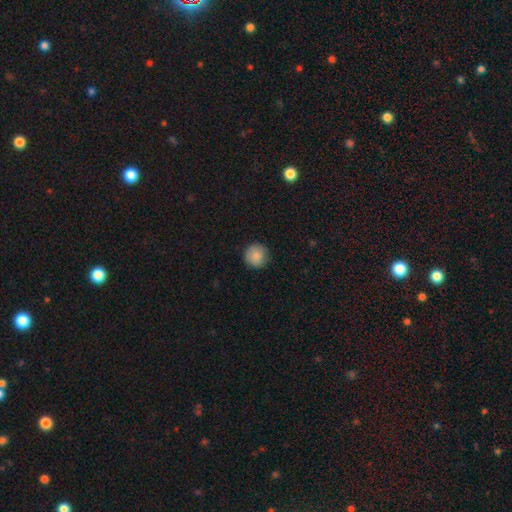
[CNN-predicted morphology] smooth-or-featured: smooth: 86% | star or artifact: 8% | featured or disk: 6%
  how-rounded: round: 95% | in between: 4% | cigar-shaped: 1%
  merging: none: 88% | minor disturbance: 9% | major disturbance: 2% | merger: 1%